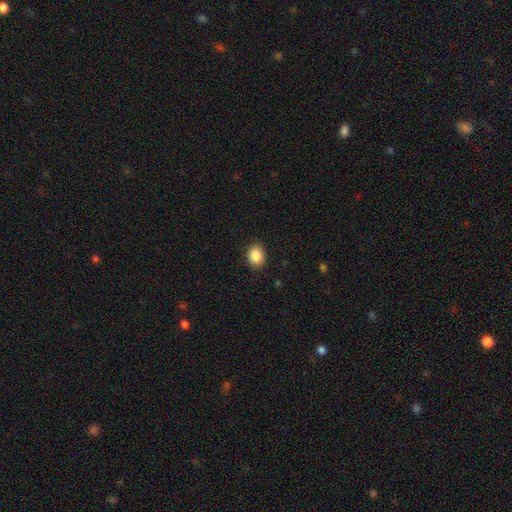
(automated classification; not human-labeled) A smooth galaxy with no disk features (86%) that is in between round and cigar-shaped (58%). Merging: none (89%).